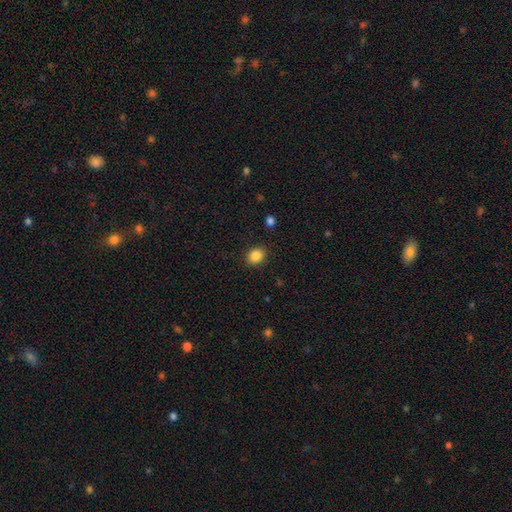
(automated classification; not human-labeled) Smooth or featured?
  - smooth: 86% *
  - star or artifact: 10%
  - featured or disk: 4%
How rounded?
  - round: 56% *
  - in between: 43%
  - cigar-shaped: 1%
Merging?
  - none: 88% *
  - minor disturbance: 8%
  - major disturbance: 3%
  - merger: 1%